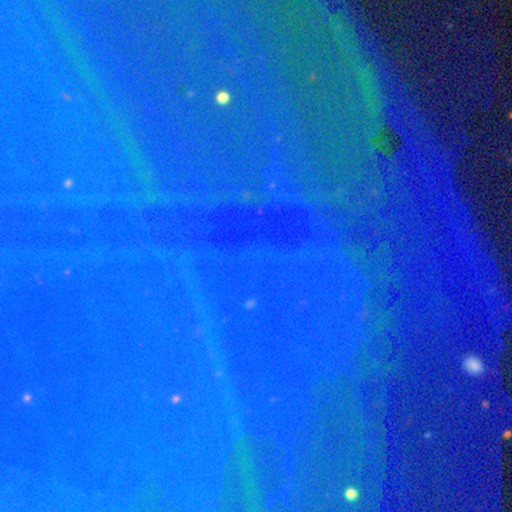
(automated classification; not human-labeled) smooth_or_featured: star or artifact (p=0.82) [alt: smooth p=0.09]